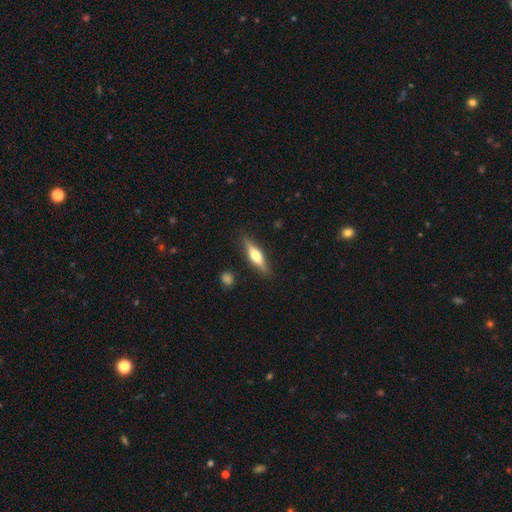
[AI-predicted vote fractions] This appears to be a featured or disk galaxy (49%). Merging: none (87%).